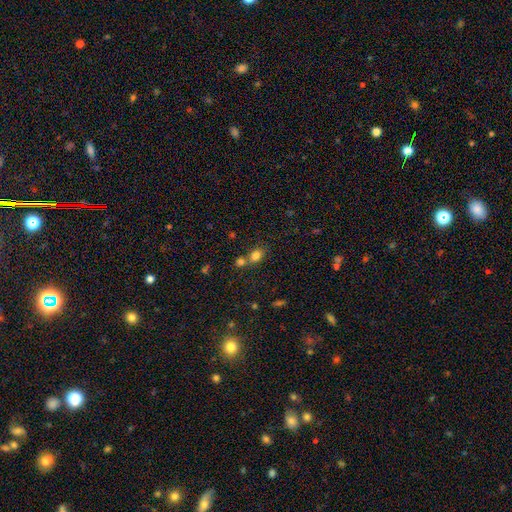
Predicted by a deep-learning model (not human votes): Morphology: type=smooth (79%); roundness=in between (63%); merging=none (47%).